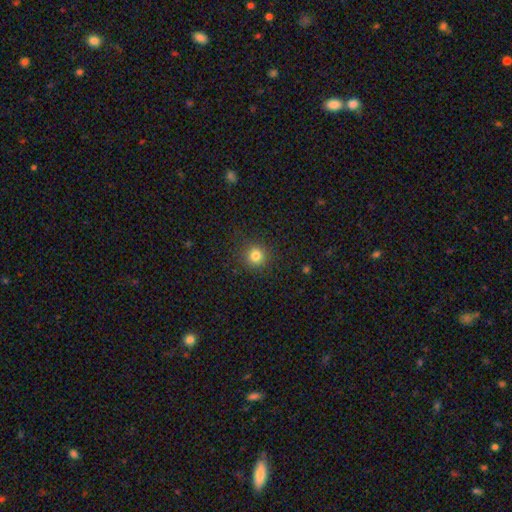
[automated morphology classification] This appears to be a smooth galaxy with no disk features (81%) that is round (93%). Merging: none (90%).